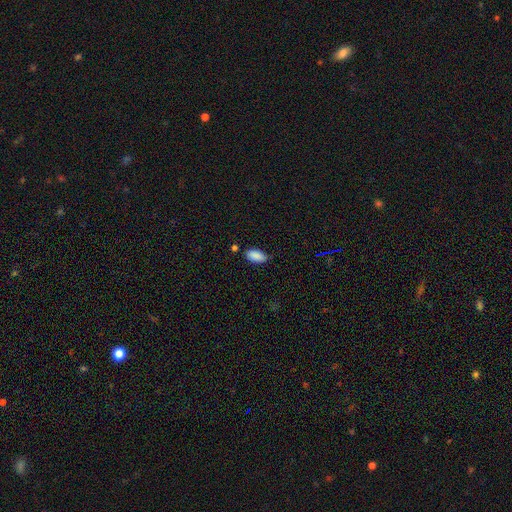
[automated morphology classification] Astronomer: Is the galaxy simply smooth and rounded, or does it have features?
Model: smooth — 89%.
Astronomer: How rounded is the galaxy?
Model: in between — 92%.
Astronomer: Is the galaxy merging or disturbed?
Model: none — 76%.